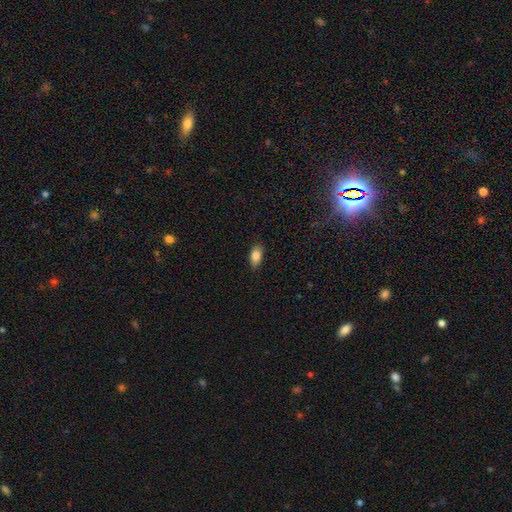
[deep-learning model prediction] Smooth or featured? Predicted: smooth (p=0.85). How rounded? Predicted: in between (p=0.91). Merging? Predicted: none (p=0.86).